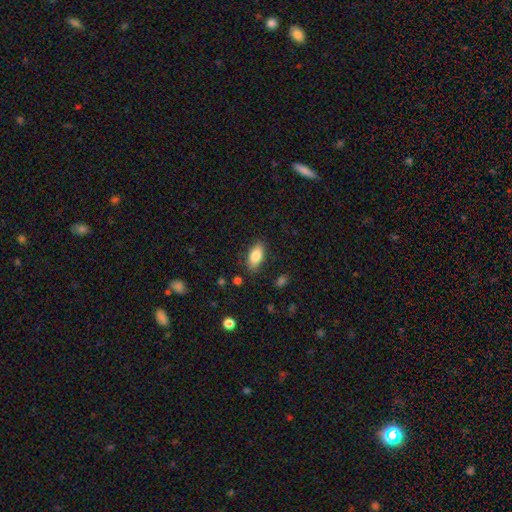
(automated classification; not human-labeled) Morphology: type=smooth (83%); roundness=in between (89%); merging=none (84%).